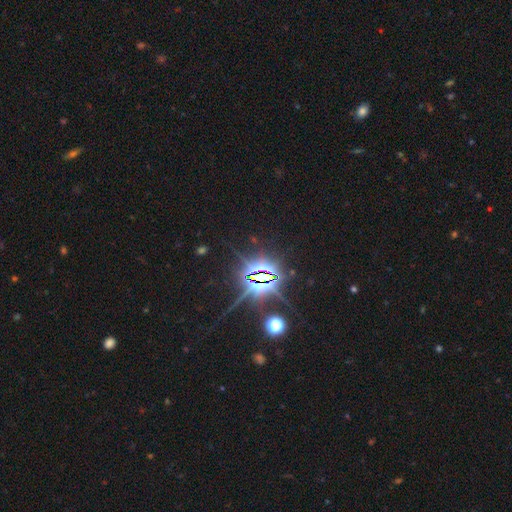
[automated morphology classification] A star or artifact, not a galaxy (85%).